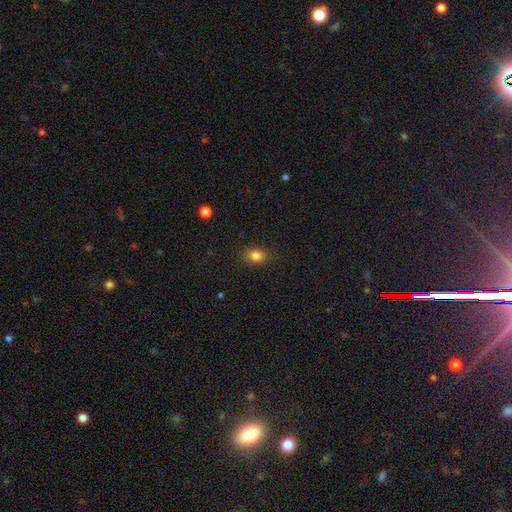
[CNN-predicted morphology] Smooth or featured? smooth (83%)
How rounded? in between (52%)
Merging? none (86%)